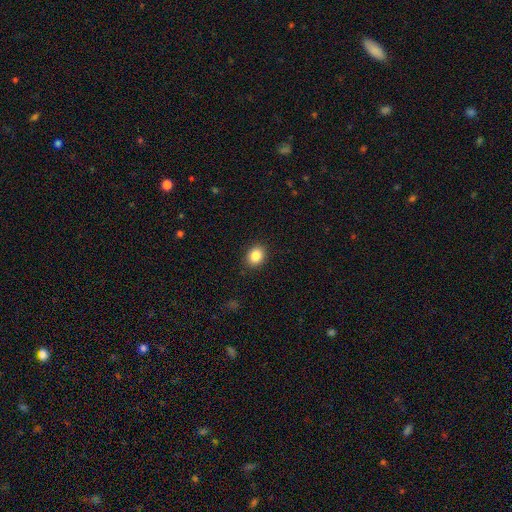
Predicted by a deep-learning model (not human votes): Smooth or featured? smooth (86%)
How rounded? round (51%)
Merging? none (90%)